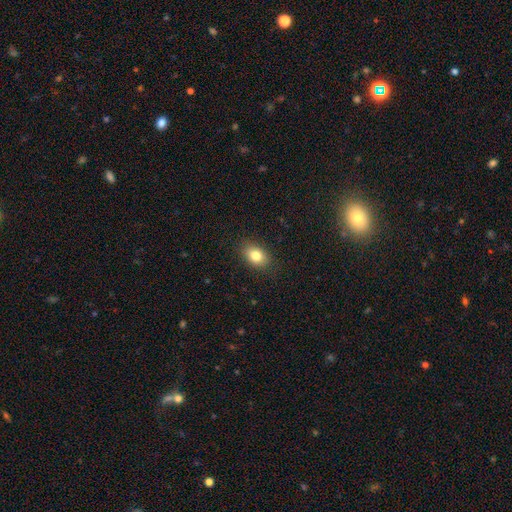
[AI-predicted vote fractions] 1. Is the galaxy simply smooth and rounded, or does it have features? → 81% smooth, 9% star or artifact, 9% featured or disk.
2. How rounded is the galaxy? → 79% in between, 20% round, 1% cigar-shaped.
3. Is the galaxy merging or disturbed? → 88% none, 9% minor disturbance, 2% major disturbance, 1% merger.